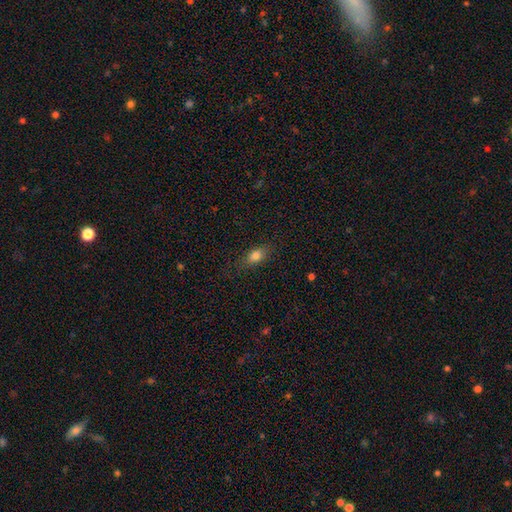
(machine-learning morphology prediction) smooth-or-featured: smooth: 79% | featured or disk: 12% | star or artifact: 10%
  how-rounded: in between: 79% | cigar-shaped: 12% | round: 9%
  merging: none: 78% | minor disturbance: 16% | major disturbance: 5% | merger: 1%